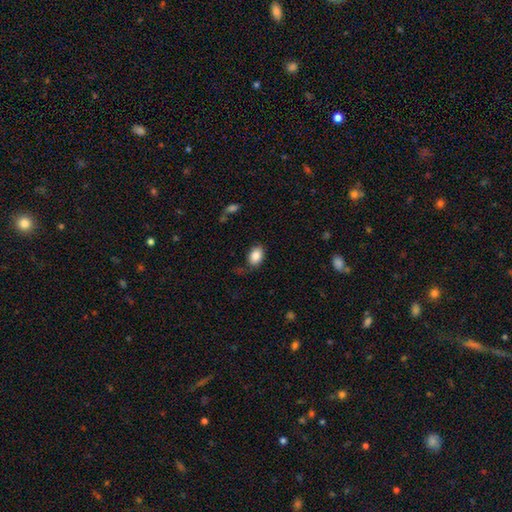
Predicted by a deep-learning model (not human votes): A smooth galaxy with no disk features (87%) that is in between round and cigar-shaped (83%). Merging: none (74%).